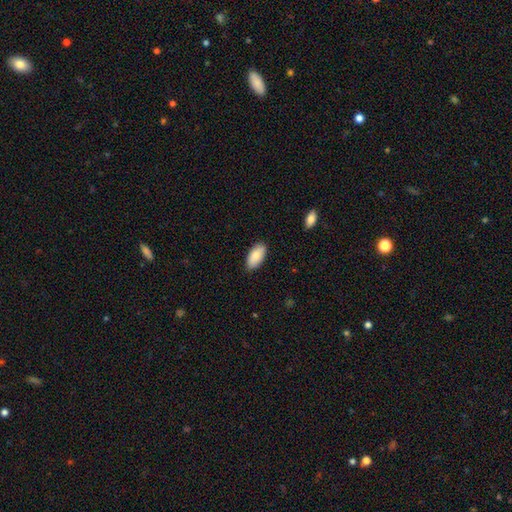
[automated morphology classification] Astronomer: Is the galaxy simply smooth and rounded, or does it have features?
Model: smooth — 83%.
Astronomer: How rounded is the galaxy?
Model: in between — 94%.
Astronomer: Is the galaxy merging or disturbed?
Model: none — 87%.